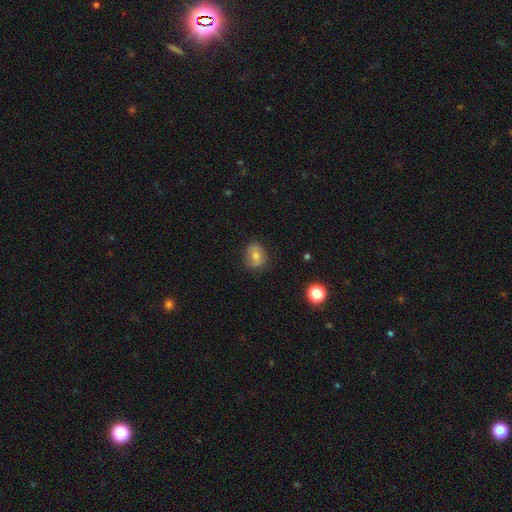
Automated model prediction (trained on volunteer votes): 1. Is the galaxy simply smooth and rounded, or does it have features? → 73% smooth, 17% featured or disk, 10% star or artifact.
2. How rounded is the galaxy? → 51% round, 48% in between, 1% cigar-shaped.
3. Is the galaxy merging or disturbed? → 80% none, 16% minor disturbance, 3% major disturbance, 1% merger.